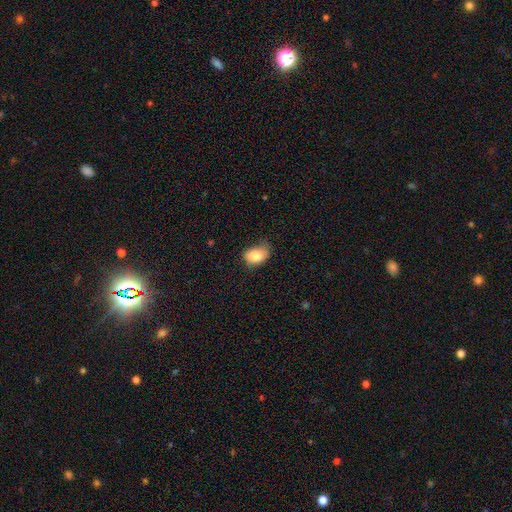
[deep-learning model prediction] This is clearly a smooth galaxy (83%). How rounded: likely in between (75%). Merging: possibly none (50%).